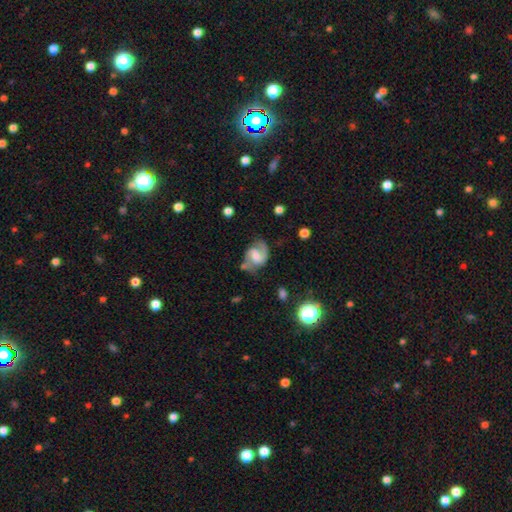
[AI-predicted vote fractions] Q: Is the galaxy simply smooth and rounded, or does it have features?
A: featured or disk — 82%.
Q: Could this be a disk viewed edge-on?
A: no — 98%.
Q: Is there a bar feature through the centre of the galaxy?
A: weak — 52%.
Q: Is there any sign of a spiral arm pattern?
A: yes — 95%.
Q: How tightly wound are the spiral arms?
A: medium — 54%.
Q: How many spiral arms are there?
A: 2 — 86%.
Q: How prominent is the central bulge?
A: moderate — 46%.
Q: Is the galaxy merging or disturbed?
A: none — 65%.